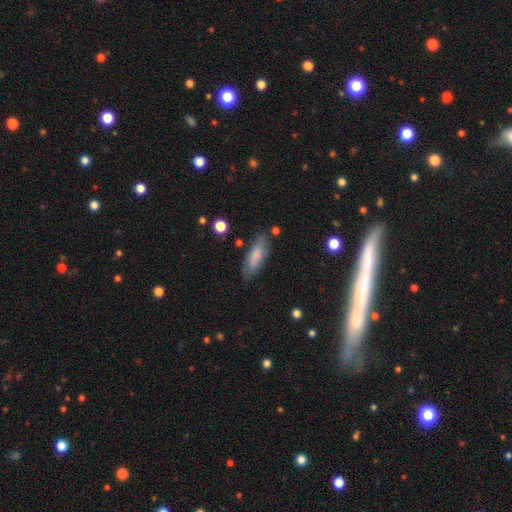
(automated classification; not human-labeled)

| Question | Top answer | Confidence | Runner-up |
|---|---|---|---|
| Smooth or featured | smooth | 72% | featured or disk (21%) |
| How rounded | in between | 57% | cigar-shaped (41%) |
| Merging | none | 73% | minor disturbance (19%) |